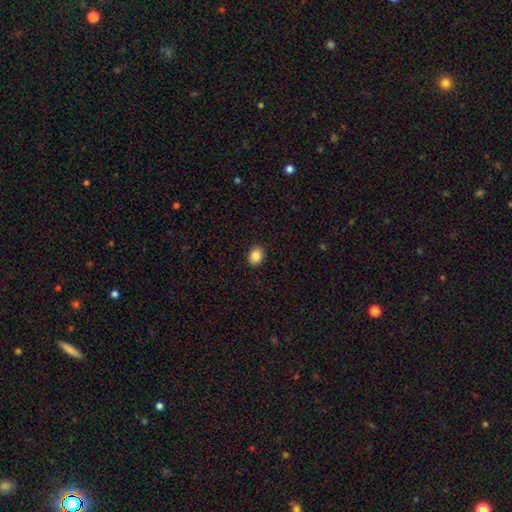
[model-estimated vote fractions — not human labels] Morphology: type=smooth (86%); roundness=round (51%); merging=none (91%).